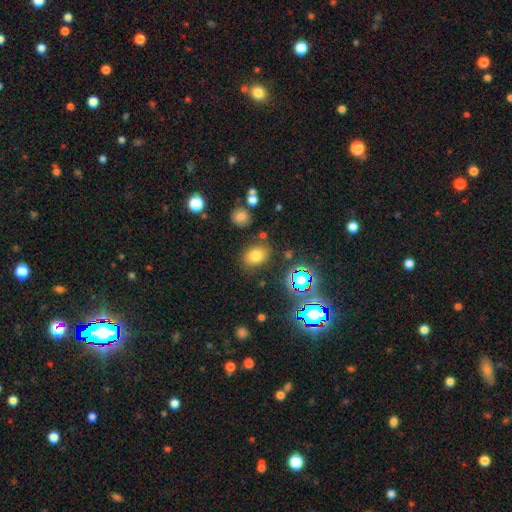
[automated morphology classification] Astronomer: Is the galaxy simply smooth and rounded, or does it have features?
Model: smooth — 74%.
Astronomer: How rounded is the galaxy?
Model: in between — 68%.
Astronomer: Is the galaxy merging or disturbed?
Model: none — 79%.